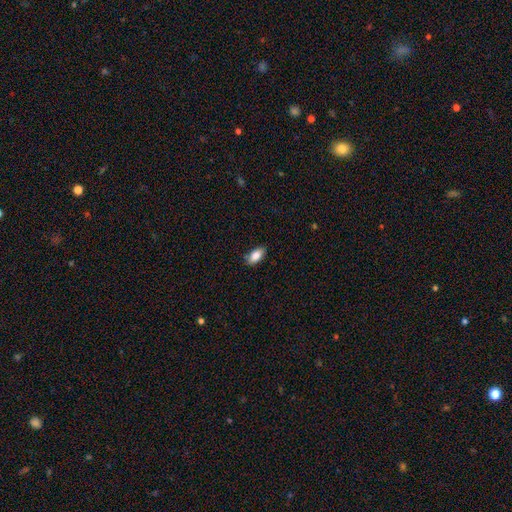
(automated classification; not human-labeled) Smooth or featured? Predicted: smooth (p=0.84). How rounded? Predicted: in between (p=0.90). Merging? Predicted: none (p=0.83).